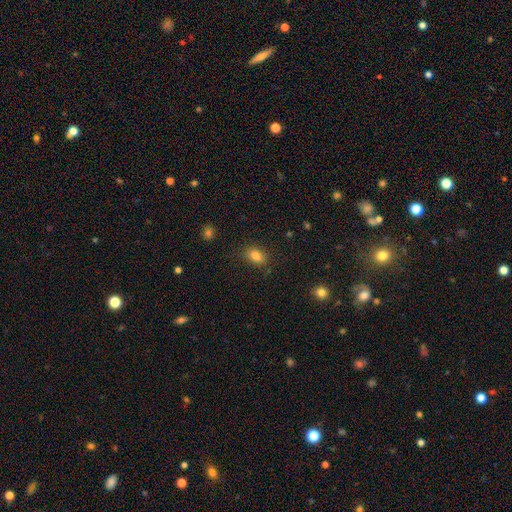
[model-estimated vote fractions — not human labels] Smooth or featured: smooth — 83% (star or artifact — 11%)
How rounded: in between — 80% (round — 18%)
Merging: none — 80% (minor disturbance — 14%)